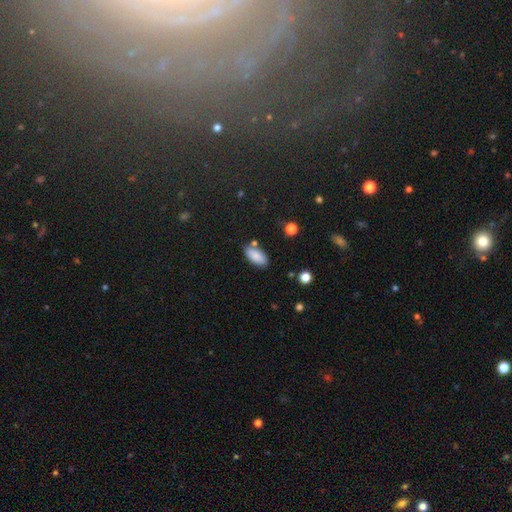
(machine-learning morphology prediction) Overall: smooth (84%). How rounded: in between (91%). Merging: none (73%).